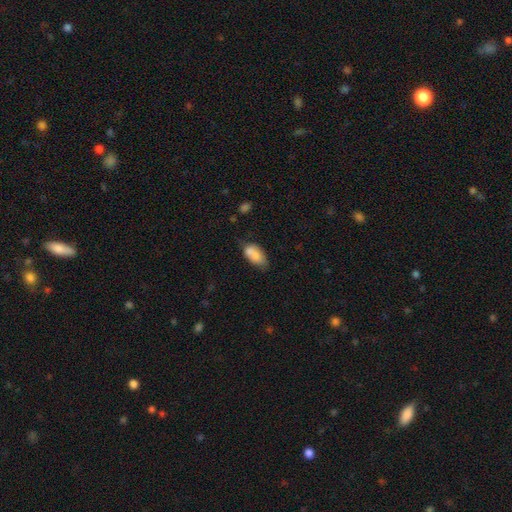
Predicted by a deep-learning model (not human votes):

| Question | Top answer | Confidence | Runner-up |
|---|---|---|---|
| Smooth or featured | smooth | 77% | featured or disk (15%) |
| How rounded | in between | 91% | round (5%) |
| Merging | none | 44% | minor disturbance (25%) |